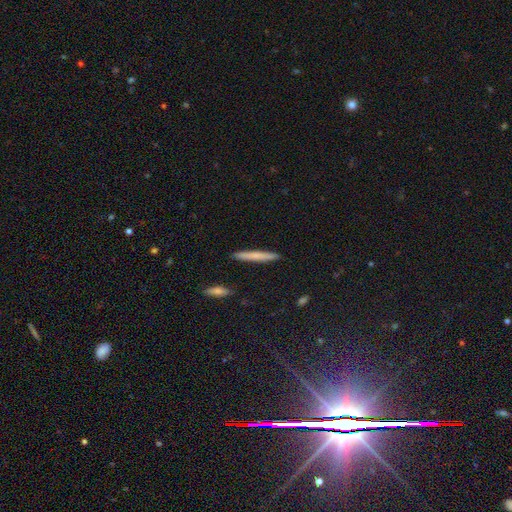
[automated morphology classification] type=smooth (67%); roundness=cigar-shaped (96%); merging=none (92%).